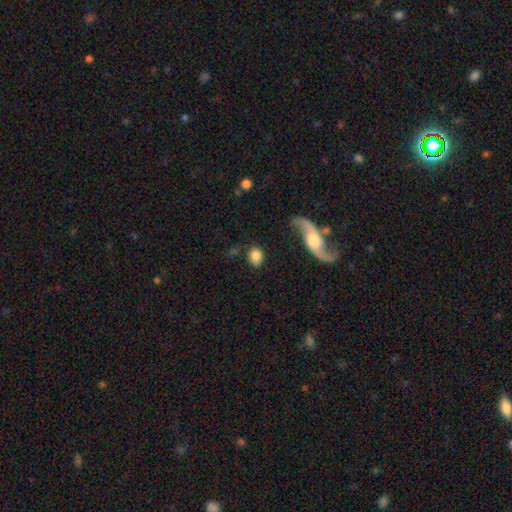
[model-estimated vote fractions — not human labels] Smooth or featured? smooth (74%)
How rounded? round (55%)
Merging? none (73%)